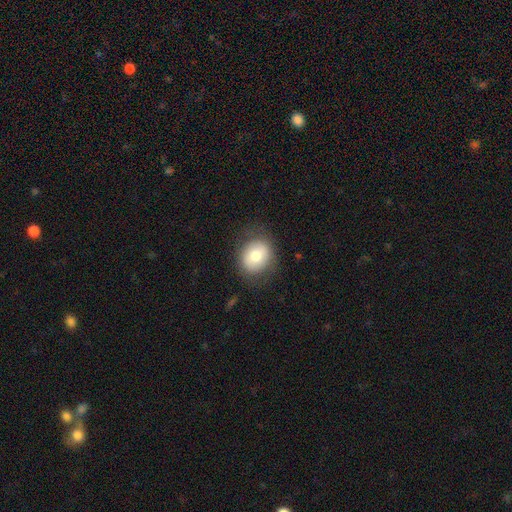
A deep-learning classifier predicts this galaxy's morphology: Smooth or featured?
  - smooth: 76% *
  - featured or disk: 16%
  - star or artifact: 8%
How rounded?
  - round: 61% *
  - in between: 39%
  - cigar-shaped: 1%
Merging?
  - none: 79% *
  - minor disturbance: 14%
  - major disturbance: 6%
  - merger: 1%